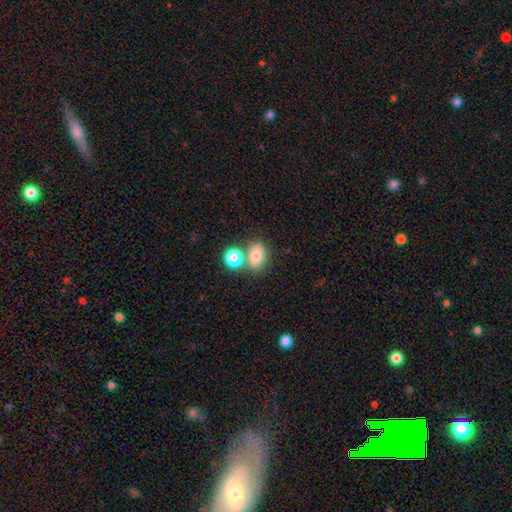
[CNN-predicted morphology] smooth 77%, featured or disk 12%, star or artifact 11%. Down the decision tree: how rounded — in between (62%); merging — none (53%).